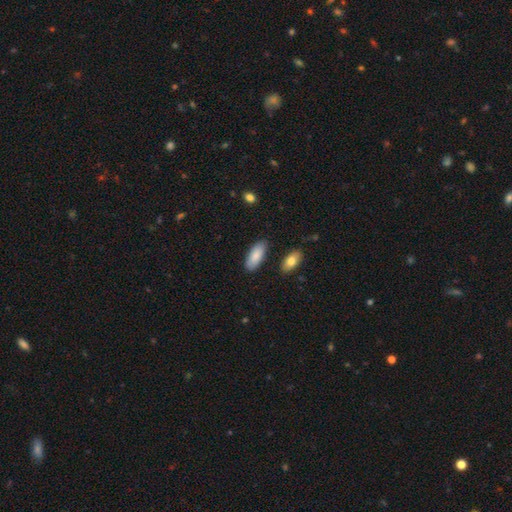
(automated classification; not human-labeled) smooth-or-featured: smooth: 86% | featured or disk: 8% | star or artifact: 6%
  how-rounded: in between: 84% | cigar-shaped: 15% | round: 2%
  merging: none: 83% | minor disturbance: 12% | merger: 3% | major disturbance: 2%